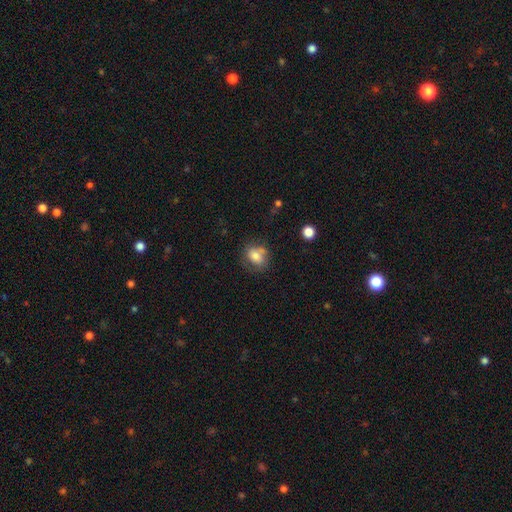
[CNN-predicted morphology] Smooth or featured? Predicted: smooth (p=0.68). How rounded? Predicted: in between (p=0.51). Merging? Predicted: none (p=0.56).